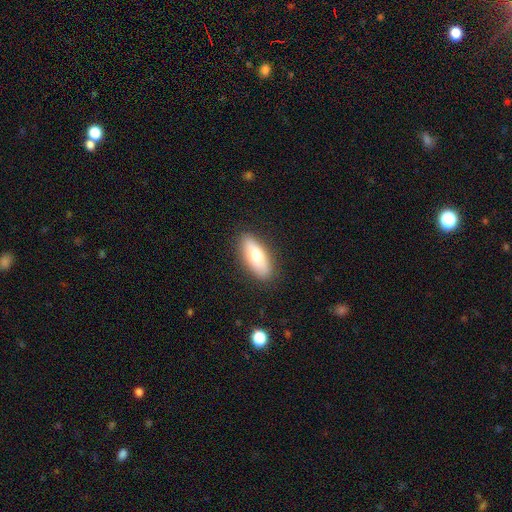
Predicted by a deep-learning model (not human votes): The model was most divided on "how rounded": in between: 73%, cigar-shaped: 24%, round: 3%. More confident: merging — none (88%); smooth or featured — smooth (72%).